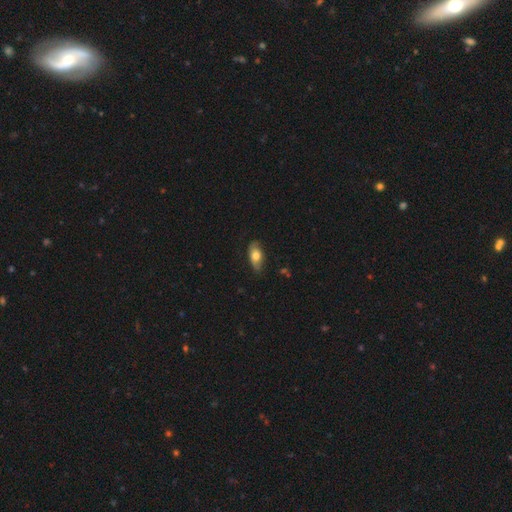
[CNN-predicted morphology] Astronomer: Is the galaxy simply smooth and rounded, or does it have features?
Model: smooth — 65%.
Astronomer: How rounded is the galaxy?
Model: in between — 86%.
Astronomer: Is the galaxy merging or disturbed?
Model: none — 74%.